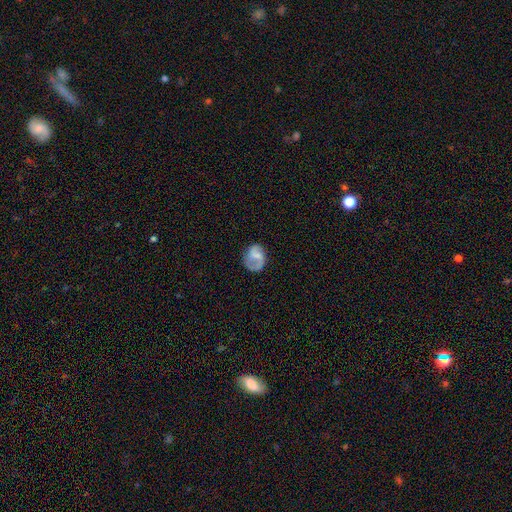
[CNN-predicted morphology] A featured or disk galaxy (46%).

Vote fractions:
- Smooth or featured? featured or disk: 46% / smooth: 45% / star or artifact: 8%
- Merging? none: 56% / minor disturbance: 24% / major disturbance: 17% / merger: 3%